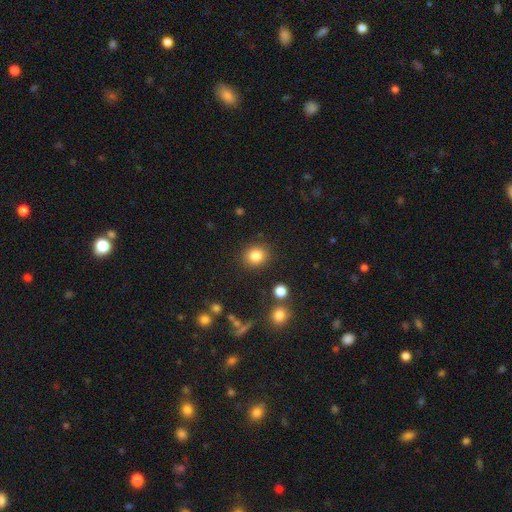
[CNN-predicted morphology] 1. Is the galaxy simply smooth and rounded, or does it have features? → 83% smooth, 11% star or artifact, 6% featured or disk.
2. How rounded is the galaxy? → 78% round, 21% in between, 1% cigar-shaped.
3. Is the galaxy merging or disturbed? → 89% none, 7% minor disturbance, 3% major disturbance, 2% merger.